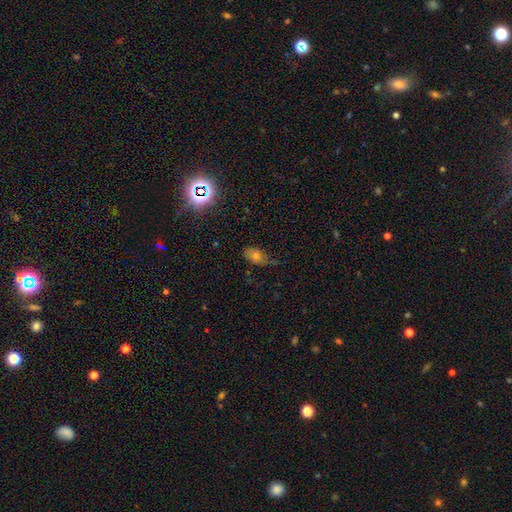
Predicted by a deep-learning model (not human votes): Smooth or featured? smooth (57%)
How rounded? in between (80%)
Merging? none (54%)